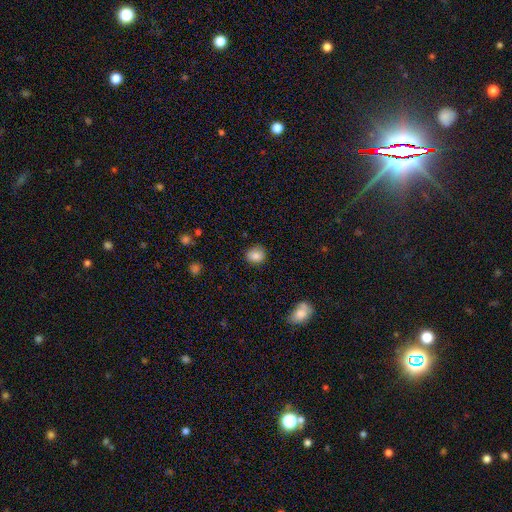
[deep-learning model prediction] Overall: smooth (84%). How rounded: round (73%). Merging: none (86%).